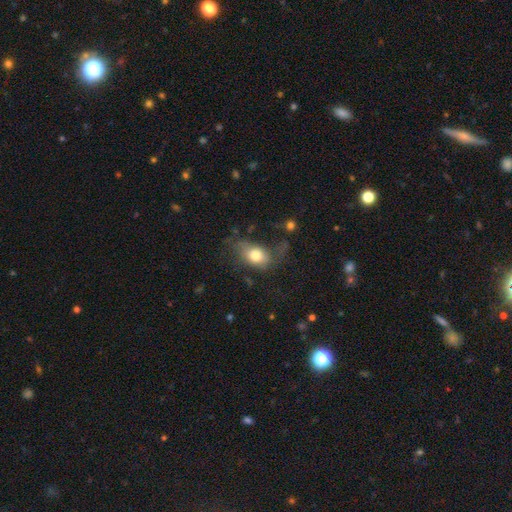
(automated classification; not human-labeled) smooth 74%, featured or disk 18%, star or artifact 9%. Down the decision tree: how rounded — in between (81%); merging — none (41%).